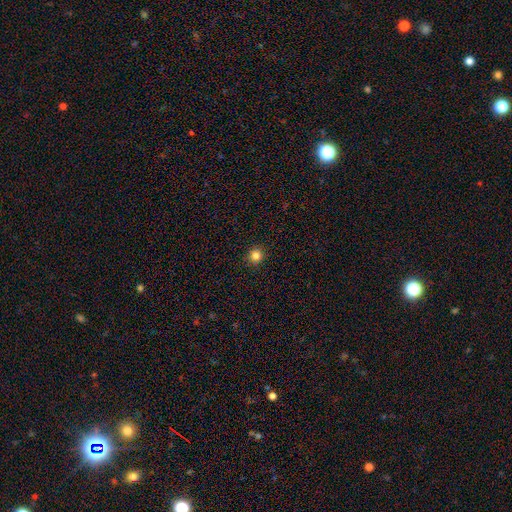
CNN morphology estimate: The model was most divided on "smooth or featured": smooth: 83%, star or artifact: 13%, featured or disk: 4%. More confident: how rounded — round (93%); merging — none (92%).